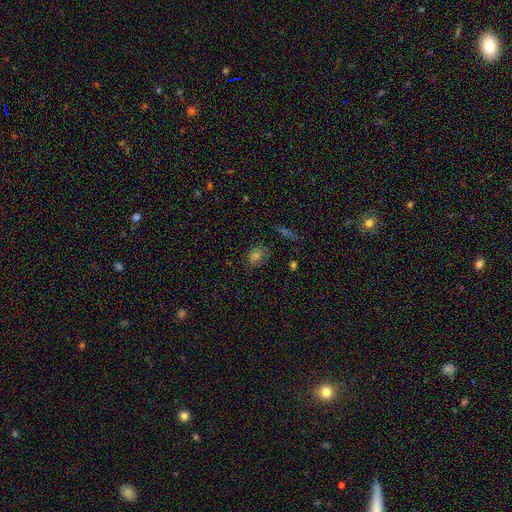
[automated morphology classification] type=smooth (57%); roundness=round (55%); merging=none (74%).